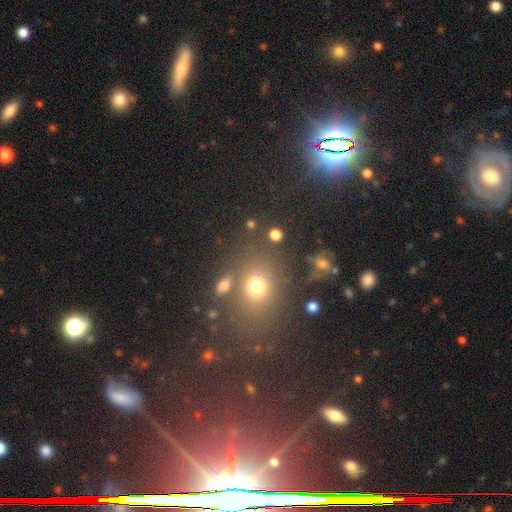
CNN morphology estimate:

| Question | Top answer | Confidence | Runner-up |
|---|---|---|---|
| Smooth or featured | star or artifact | 49% | smooth (40%) |